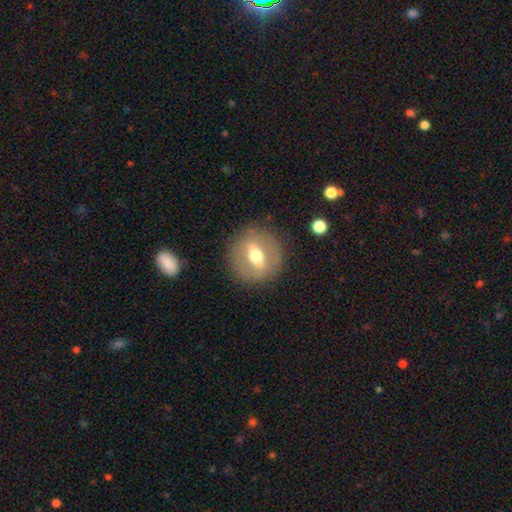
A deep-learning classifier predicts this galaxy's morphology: The model was most divided on "smooth or featured": featured or disk: 61%, smooth: 32%, star or artifact: 8%. More confident: merging — none (86%); edge-on disk — no (67%).